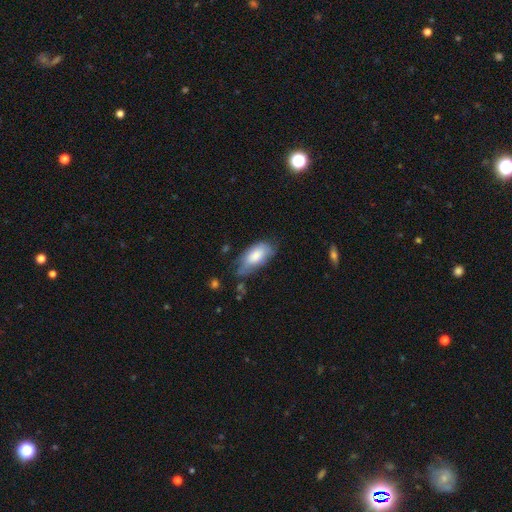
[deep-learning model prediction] Smooth or featured? Predicted: smooth (p=0.77). How rounded? Predicted: in between (p=0.90). Merging? Predicted: none (p=0.46).